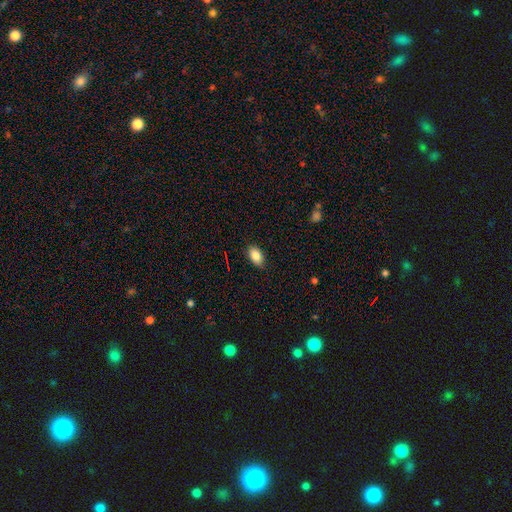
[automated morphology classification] This appears to be a smooth galaxy with no disk features (85%) that is in between round and cigar-shaped (89%). Merging: none (84%).